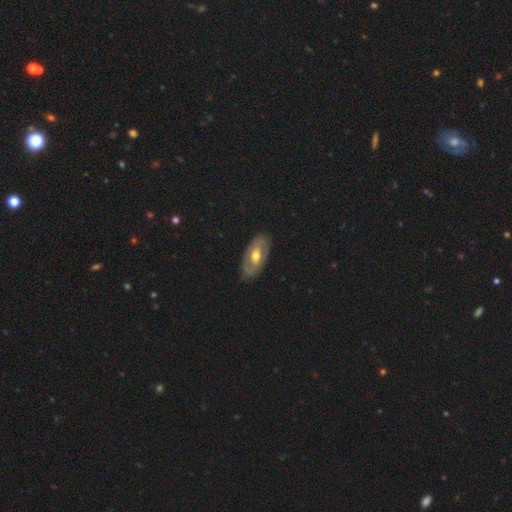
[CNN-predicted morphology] This appears to be a featured or disk galaxy (65%) with no bar (46%), spiral arms (60%) and a moderate central bulge (77%). Merging: none (82%).